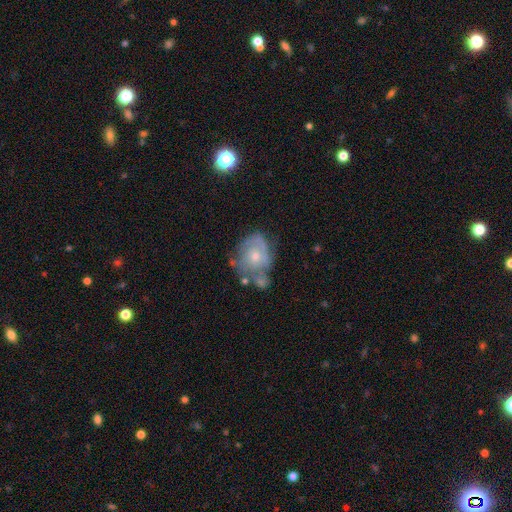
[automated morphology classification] This appears to be a featured or disk galaxy (65%) with no bar (81%), spiral arms (66%) and a moderate central bulge (57%). Merging: none (42%).